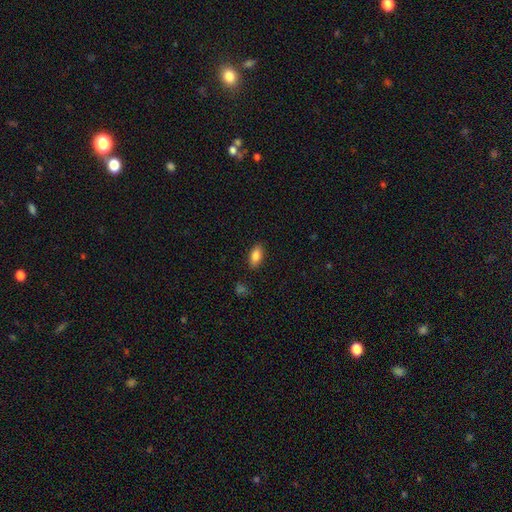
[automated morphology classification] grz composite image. It shows a smooth galaxy with no disk features (84%) that is in between round and cigar-shaped (89%). Merging: none (88%).